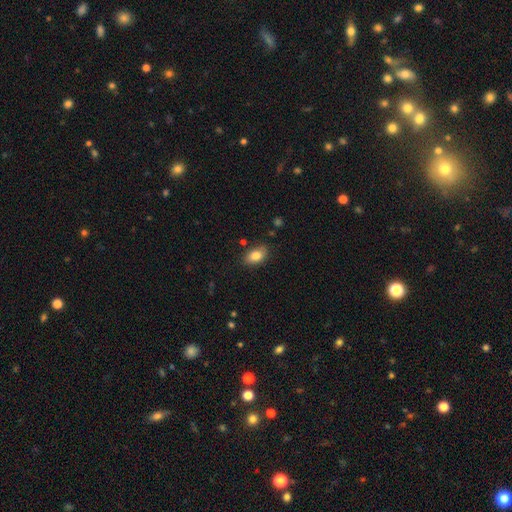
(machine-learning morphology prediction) A smooth galaxy with no disk features (83%) that is in between round and cigar-shaped (88%). Merging: none (81%).